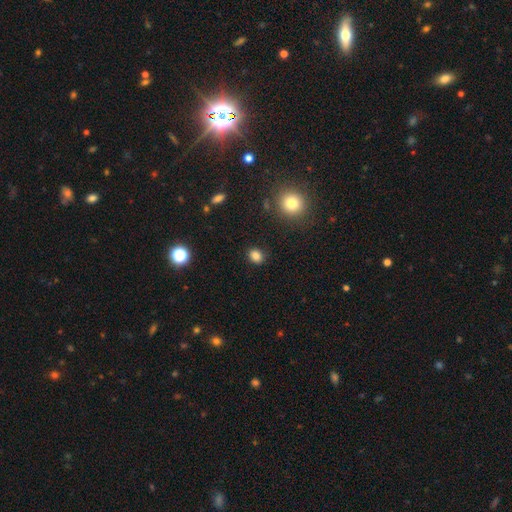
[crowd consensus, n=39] Smooth or featured: smooth — 95% (featured or disk — 5%)
How rounded: in between — 54% (round — 46%)
Merging: none — 95% (minor disturbance — 5%)